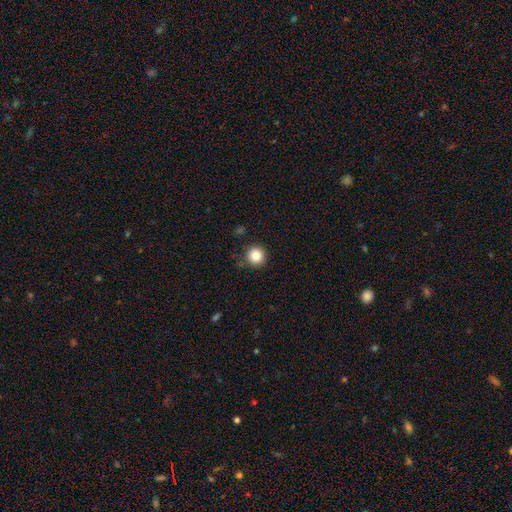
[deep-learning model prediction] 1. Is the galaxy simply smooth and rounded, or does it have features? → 85% smooth, 11% star or artifact, 4% featured or disk.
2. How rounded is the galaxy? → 94% round, 5% in between, 1% cigar-shaped.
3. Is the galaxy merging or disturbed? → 87% none, 9% minor disturbance, 2% major disturbance, 2% merger.